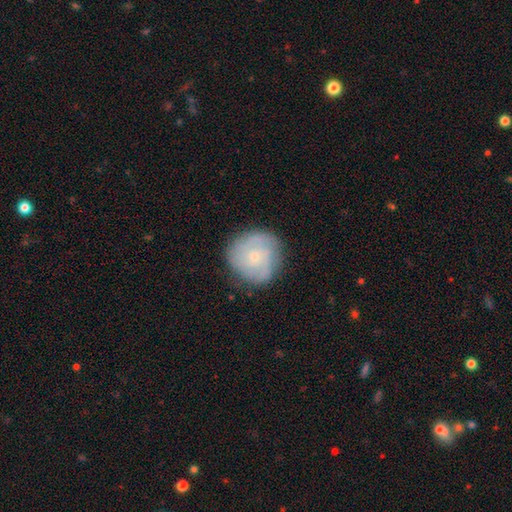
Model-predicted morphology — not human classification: A featured or disk galaxy (60%) with no bar (77%), tight (55%) spiral arms (86%) and a small central bulge (75%).

Vote fractions:
- Smooth or featured? featured or disk: 60% / smooth: 33% / star or artifact: 7%
- Edge-on disk? no: 98% / yes: 2%
- Bar? no: 77% / weak: 20% / strong: 3%
- Spiral arms? yes: 86% / no: 14%
- Spiral winding? tight: 55% / medium: 34% / loose: 10%
- Spiral arm count? can't tell: 34% / 3: 26% / 2: 22% / 4: 8% / 1: 5% / more than 4: 5%
- Bulge size? small: 75% / moderate: 21% / none: 2% / large: 1% / dominant: 1%
- Merging? none: 79% / minor disturbance: 16% / major disturbance: 4% / merger: 1%